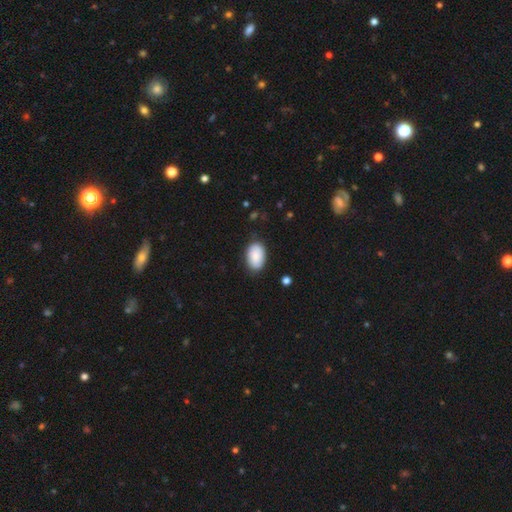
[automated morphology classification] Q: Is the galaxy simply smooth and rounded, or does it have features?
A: smooth — 83%.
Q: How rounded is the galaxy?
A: in between — 91%.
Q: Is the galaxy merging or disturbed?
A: none — 79%.